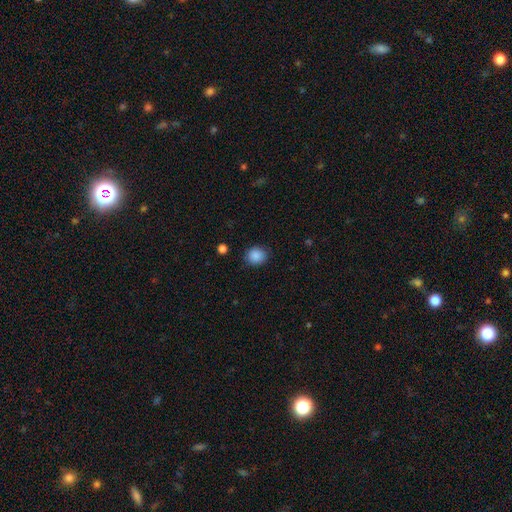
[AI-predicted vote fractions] smooth_or_featured: smooth (p=0.88) [alt: star or artifact p=0.09]
how_rounded: round (p=0.84) [alt: in between p=0.15]
merging: none (p=0.86) [alt: minor disturbance p=0.10]